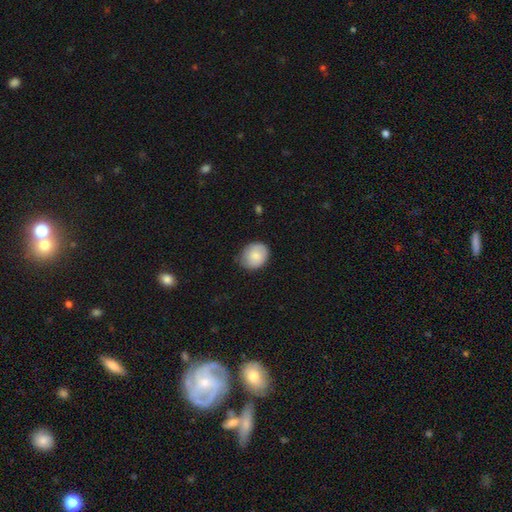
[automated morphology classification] smooth-or-featured: smooth: 82% | featured or disk: 11% | star or artifact: 7%
  how-rounded: round: 56% | in between: 43% | cigar-shaped: 1%
  merging: none: 74% | minor disturbance: 22% | major disturbance: 4% | merger: 1%